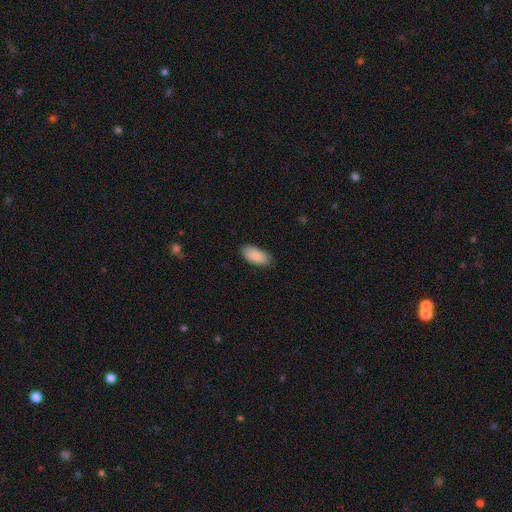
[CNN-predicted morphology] A smooth galaxy with no disk features (88%) that is in between round and cigar-shaped (93%). Merging: none (85%).